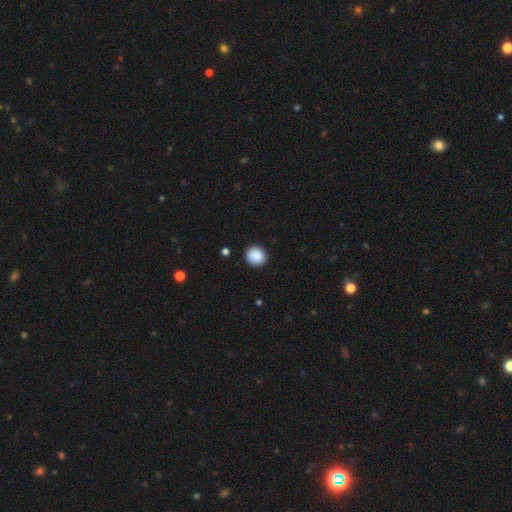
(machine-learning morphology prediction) Overall: smooth (89%). How rounded: round (90%). Merging: none (90%).